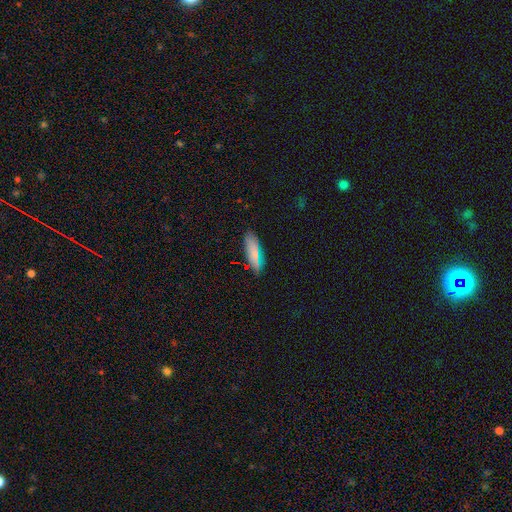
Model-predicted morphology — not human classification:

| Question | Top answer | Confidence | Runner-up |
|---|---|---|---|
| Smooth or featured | smooth | 78% | featured or disk (11%) |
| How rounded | in between | 56% | cigar-shaped (42%) |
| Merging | none | 80% | minor disturbance (16%) |